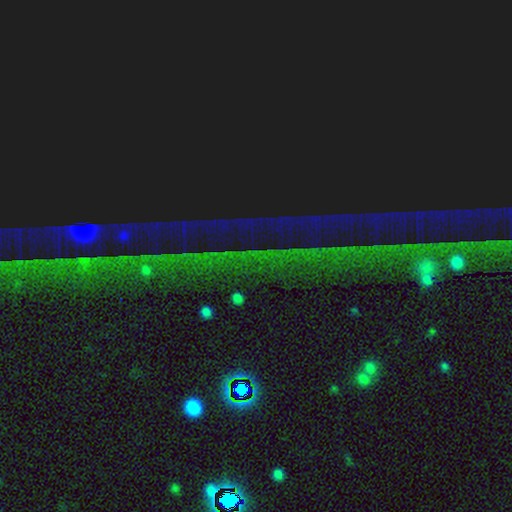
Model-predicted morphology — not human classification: A star or artifact, not a galaxy (86%).

Vote fractions:
- Smooth or featured? star or artifact: 86% / featured or disk: 7% / smooth: 7%